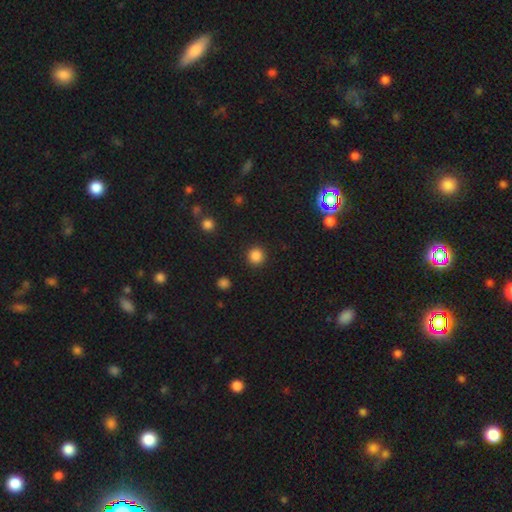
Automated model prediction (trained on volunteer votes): Overall: smooth (85%). How rounded: round (95%). Merging: none (92%).